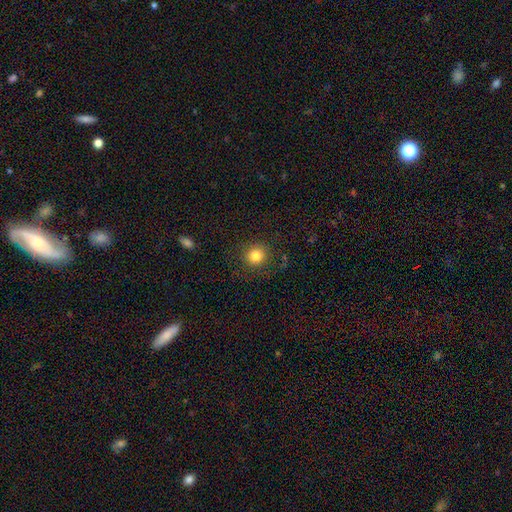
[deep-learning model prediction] Smooth or featured? Predicted: smooth (p=0.83). How rounded? Predicted: round (p=0.90). Merging? Predicted: none (p=0.88).